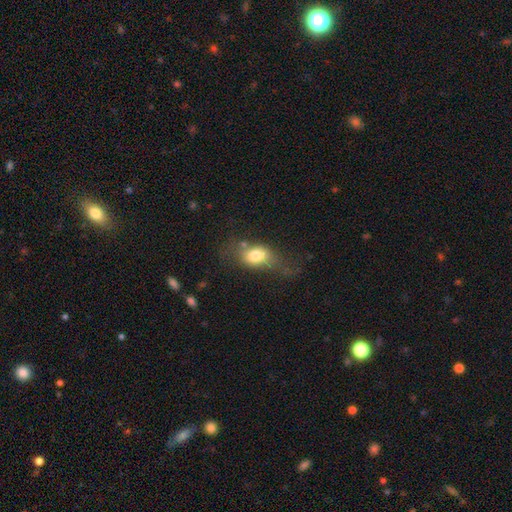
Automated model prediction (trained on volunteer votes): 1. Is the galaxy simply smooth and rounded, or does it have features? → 74% smooth, 17% featured or disk, 9% star or artifact.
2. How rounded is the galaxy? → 73% in between, 24% round, 3% cigar-shaped.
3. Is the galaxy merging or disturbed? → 42% none, 27% minor disturbance, 25% major disturbance, 5% merger.